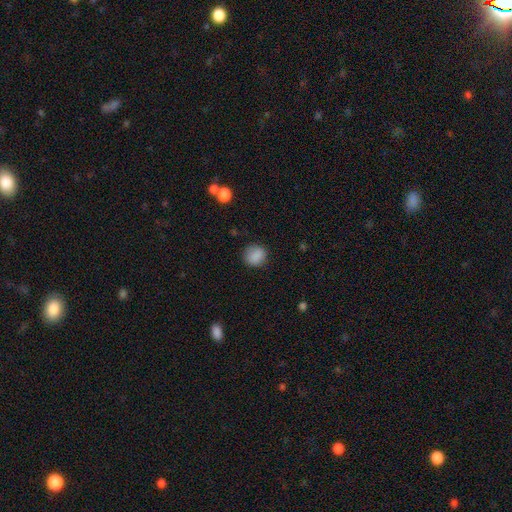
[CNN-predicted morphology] Smooth or featured?
  - smooth: 87% *
  - star or artifact: 9%
  - featured or disk: 5%
How rounded?
  - round: 82% *
  - in between: 17%
  - cigar-shaped: 1%
Merging?
  - none: 83% *
  - minor disturbance: 12%
  - major disturbance: 4%
  - merger: 1%